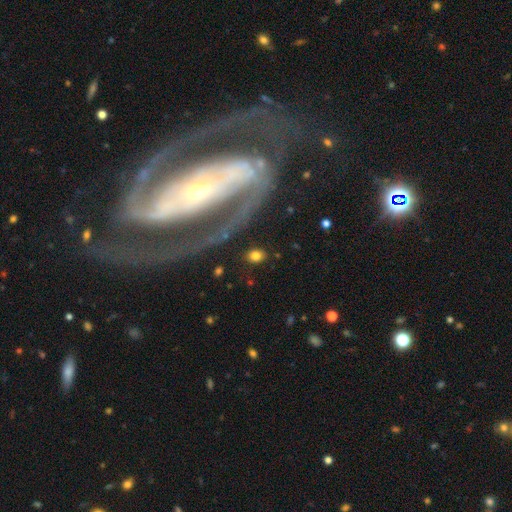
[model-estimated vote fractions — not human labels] Smooth or featured?
  - smooth: 79% *
  - featured or disk: 12%
  - star or artifact: 9%
How rounded?
  - in between: 56% *
  - round: 42%
  - cigar-shaped: 2%
Merging?
  - none: 85% *
  - minor disturbance: 8%
  - major disturbance: 4%
  - merger: 3%